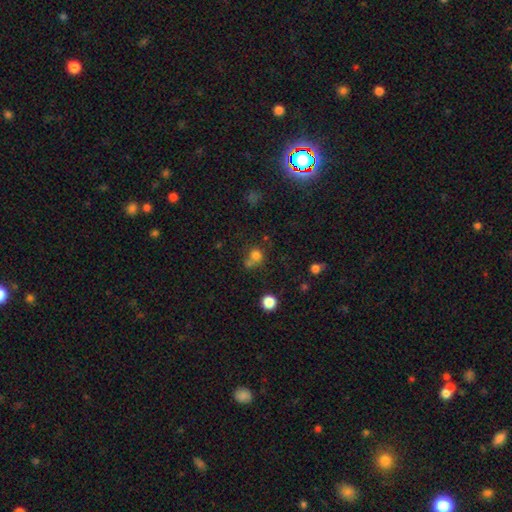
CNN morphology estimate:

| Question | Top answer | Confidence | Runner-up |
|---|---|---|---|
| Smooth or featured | smooth | 75% | star or artifact (16%) |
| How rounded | round | 84% | in between (15%) |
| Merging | none | 51% | merger (33%) |